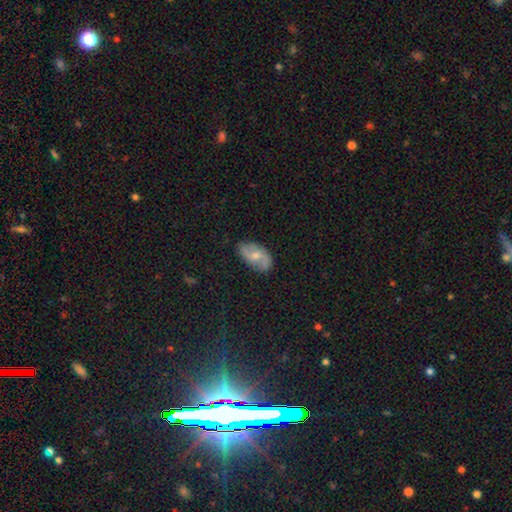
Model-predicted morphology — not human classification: smooth_or_featured: featured or disk (p=0.57) [alt: smooth p=0.35]
disk_edge_on: no (p=0.95) [alt: yes p=0.05]
bar: no (p=0.51) [alt: weak p=0.41]
has_spiral_arms: yes (p=0.84) [alt: no p=0.16]
bulge_size: moderate (p=0.56) [alt: small p=0.37]
merging: none (p=0.75) [alt: minor disturbance p=0.19]